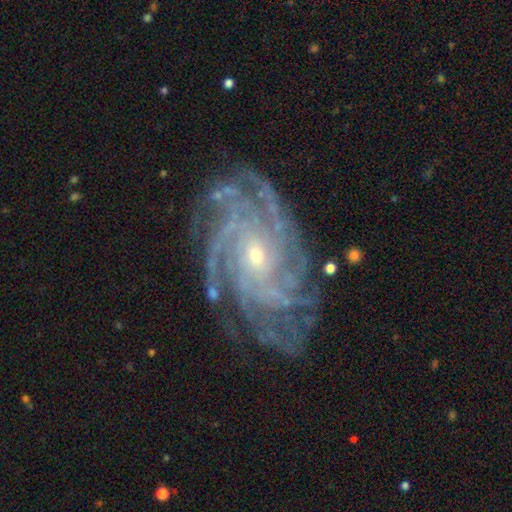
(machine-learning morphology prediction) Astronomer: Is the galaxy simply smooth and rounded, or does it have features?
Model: featured or disk — 90%.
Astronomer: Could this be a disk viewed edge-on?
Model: no — 97%.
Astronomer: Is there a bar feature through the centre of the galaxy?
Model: no — 67%.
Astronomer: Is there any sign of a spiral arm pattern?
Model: yes — 98%.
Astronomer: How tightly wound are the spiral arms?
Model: tight — 76%.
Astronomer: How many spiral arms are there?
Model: more than 4 — 35% (runner-up: 4, 23%).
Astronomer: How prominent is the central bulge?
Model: small — 70%.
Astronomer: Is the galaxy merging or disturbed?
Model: none — 82%.